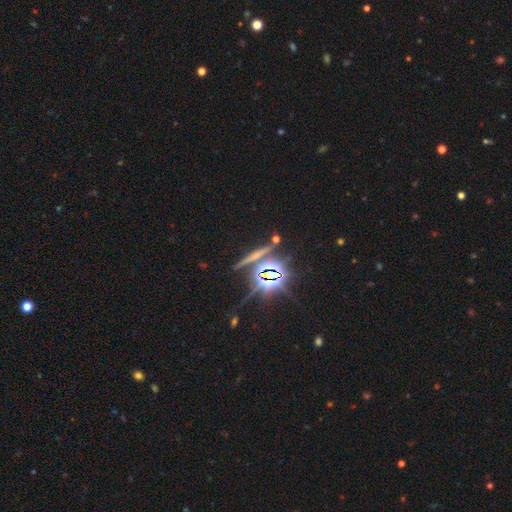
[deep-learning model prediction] smooth_or_featured: star or artifact (p=0.51) [alt: smooth p=0.25]